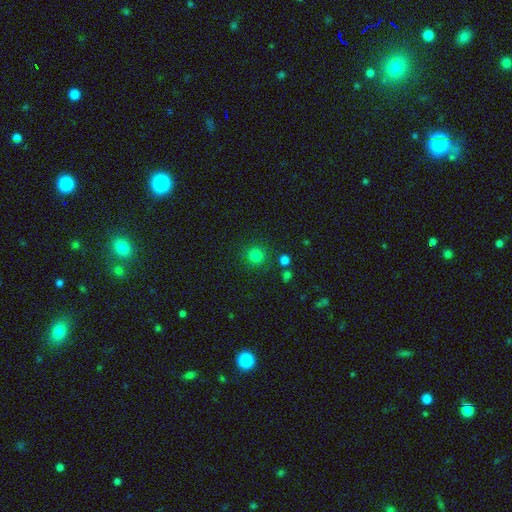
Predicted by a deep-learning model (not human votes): A smooth galaxy with no disk features (81%) that is round (94%).

Vote fractions:
- Smooth or featured? smooth: 81% / star or artifact: 15% / featured or disk: 5%
- How rounded? round: 94% / in between: 5% / cigar-shaped: 1%
- Merging? none: 86% / minor disturbance: 7% / merger: 4% / major disturbance: 3%